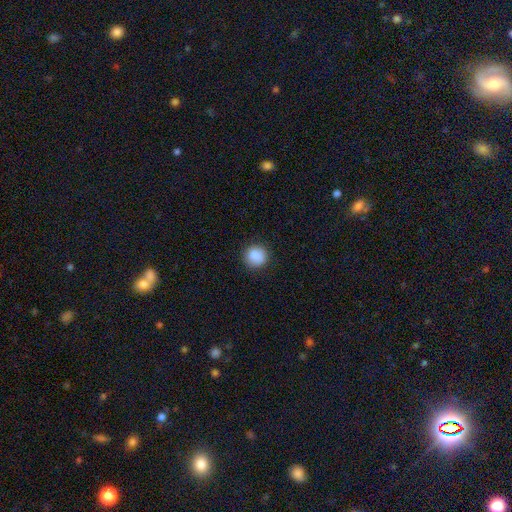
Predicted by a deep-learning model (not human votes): smooth_or_featured: smooth (p=0.88) [alt: star or artifact p=0.09]
how_rounded: round (p=0.92) [alt: in between p=0.07]
merging: none (p=0.88) [alt: minor disturbance p=0.08]